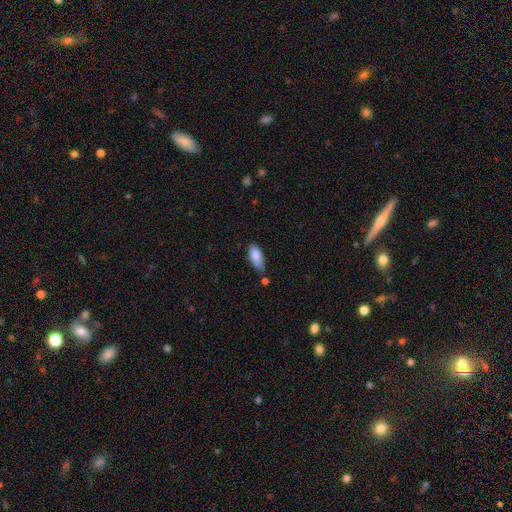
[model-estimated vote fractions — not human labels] Q: Smooth or featured?
A: smooth (85%); runner-up: featured or disk (8%)
Q: How rounded?
A: in between (82%); runner-up: cigar-shaped (16%)
Q: Merging?
A: none (56%); runner-up: minor disturbance (29%)